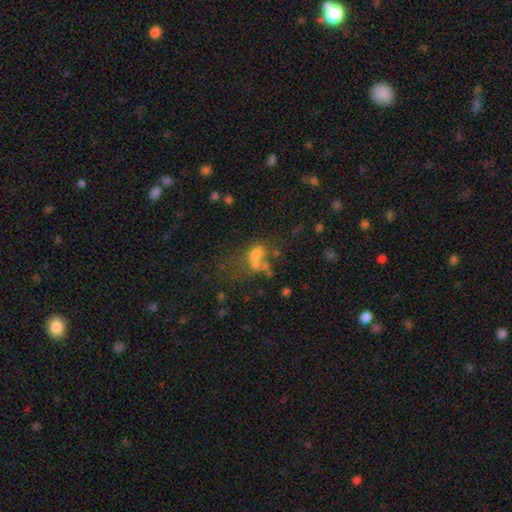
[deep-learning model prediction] smooth_or_featured: smooth (p=0.53) [alt: featured or disk p=0.23]
how_rounded: in between (p=0.57) [alt: round p=0.40]
merging: merger (p=0.44) [alt: none p=0.28]